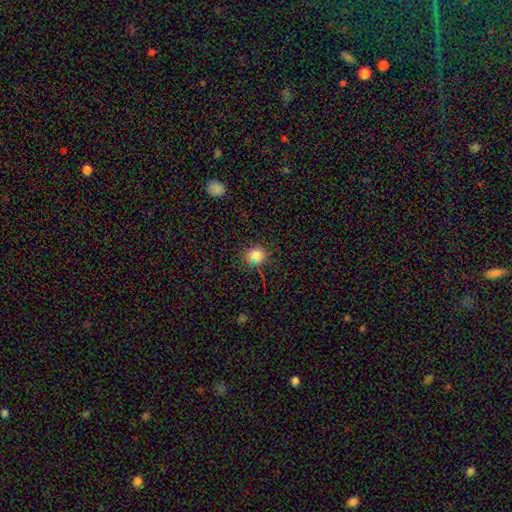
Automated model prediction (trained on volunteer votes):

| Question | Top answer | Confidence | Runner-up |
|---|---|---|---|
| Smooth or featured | smooth | 82% | star or artifact (13%) |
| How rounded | round | 81% | in between (18%) |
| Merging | none | 83% | minor disturbance (11%) |